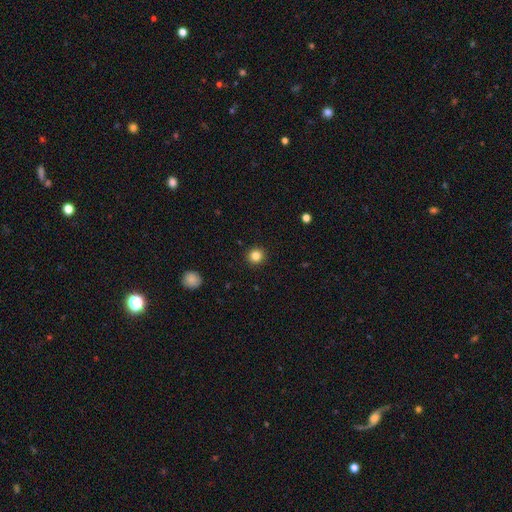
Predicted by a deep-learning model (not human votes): Morphology: type=smooth (84%); roundness=round (93%); merging=none (92%).